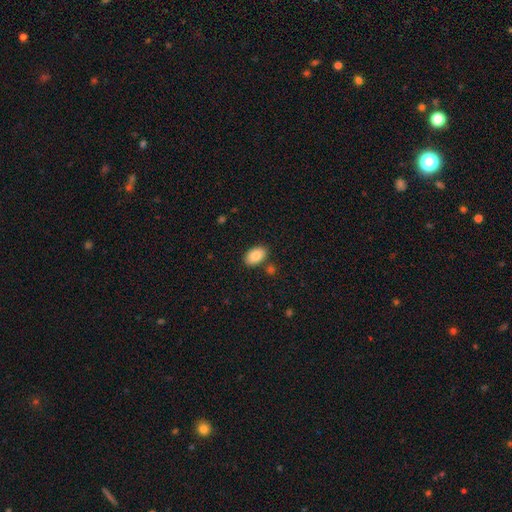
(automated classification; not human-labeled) Smooth or featured? Predicted: smooth (p=0.86). How rounded? Predicted: in between (p=0.91). Merging? Predicted: none (p=0.82).